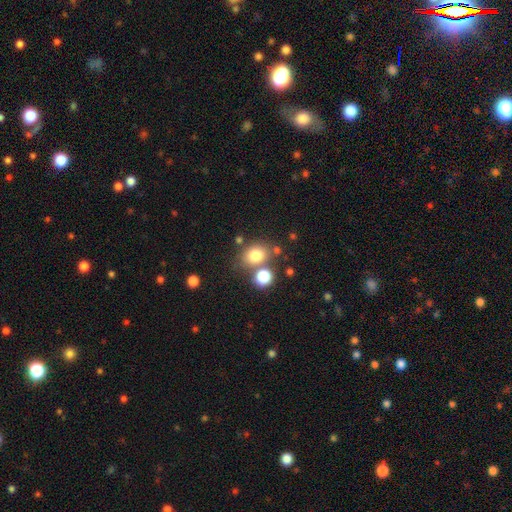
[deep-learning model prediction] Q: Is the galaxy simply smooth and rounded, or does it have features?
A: smooth — 78%.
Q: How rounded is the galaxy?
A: round — 55%.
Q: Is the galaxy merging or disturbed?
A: none — 63%.